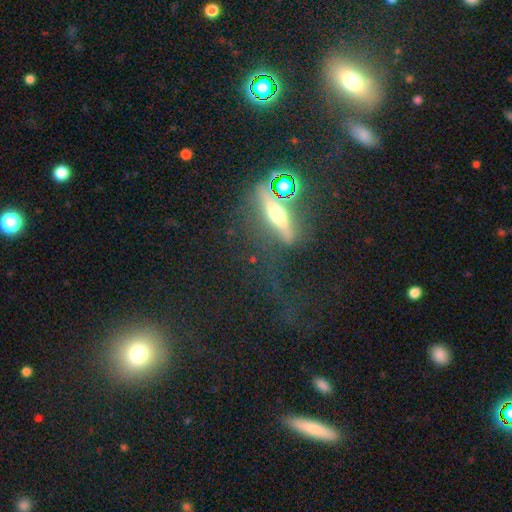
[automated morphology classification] The model was most divided on "smooth or featured": featured or disk: 52%, smooth: 25%, star or artifact: 23%. More confident: edge-on disk — yes (78%); merging — none (53%).